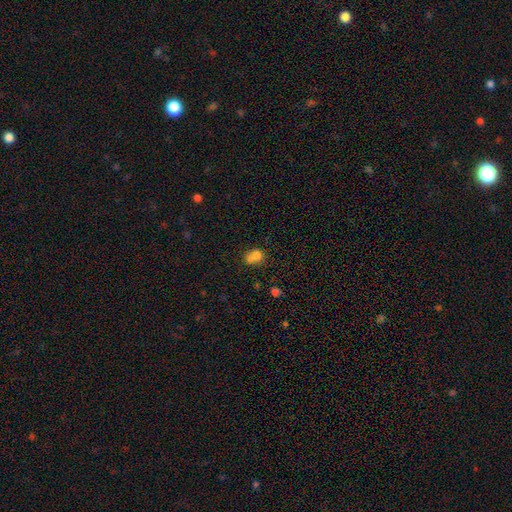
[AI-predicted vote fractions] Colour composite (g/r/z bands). It shows a smooth galaxy with no disk features (72%) that is round (67%). Merging: merger (54%).